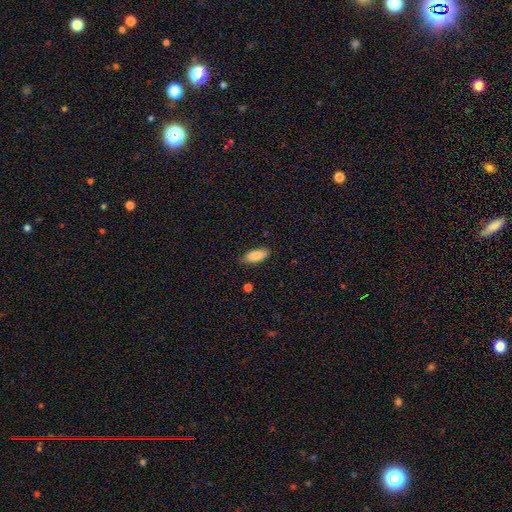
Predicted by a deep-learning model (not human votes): Smooth or featured?
  - smooth: 86% *
  - featured or disk: 7%
  - star or artifact: 6%
How rounded?
  - in between: 75% *
  - cigar-shaped: 23%
  - round: 2%
Merging?
  - none: 82% *
  - minor disturbance: 14%
  - major disturbance: 3%
  - merger: 1%